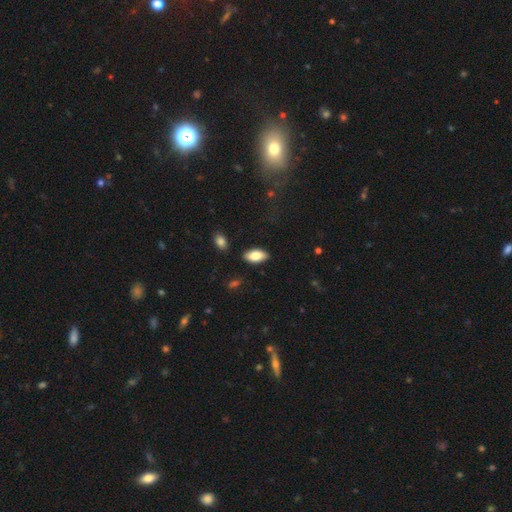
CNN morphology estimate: The model was most divided on "smooth or featured": smooth: 83%, featured or disk: 11%, star or artifact: 6%. More confident: how rounded — in between (93%); merging — none (86%).